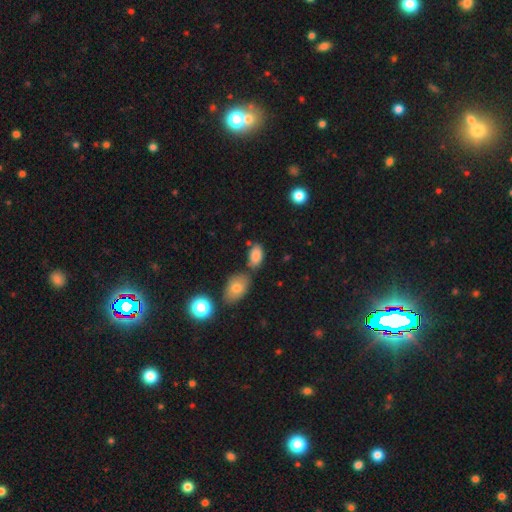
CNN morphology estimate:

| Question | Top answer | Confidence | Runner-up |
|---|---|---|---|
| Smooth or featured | smooth | 84% | star or artifact (9%) |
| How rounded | in between | 93% | round (5%) |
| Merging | none | 60% | minor disturbance (18%) |